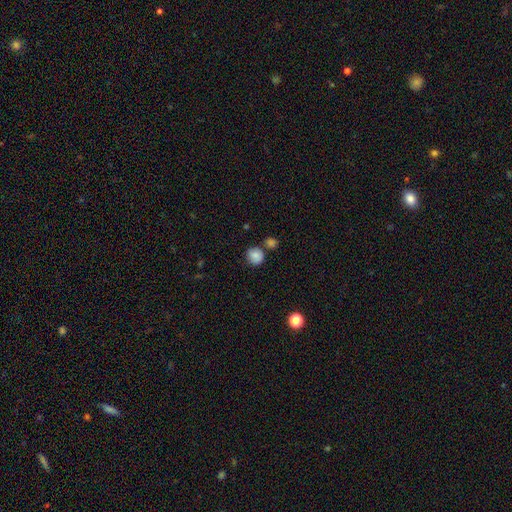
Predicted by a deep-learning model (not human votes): Q: Smooth or featured?
A: smooth (84%); runner-up: star or artifact (9%)
Q: How rounded?
A: round (87%); runner-up: in between (12%)
Q: Merging?
A: none (68%); runner-up: merger (15%)